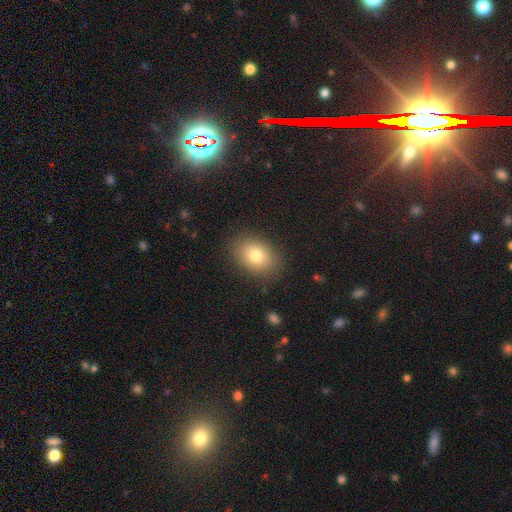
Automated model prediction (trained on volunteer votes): Q: Smooth or featured?
A: smooth (79%); runner-up: featured or disk (11%)
Q: How rounded?
A: in between (68%); runner-up: round (31%)
Q: Merging?
A: none (86%); runner-up: minor disturbance (10%)